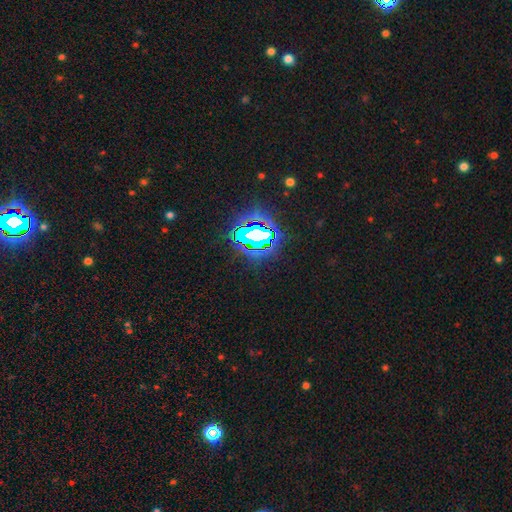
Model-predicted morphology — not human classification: type=star or artifact (84%).